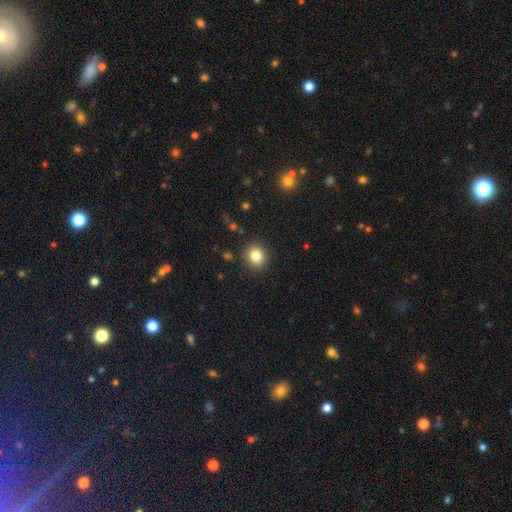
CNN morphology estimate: The model was most divided on "how rounded": round: 79%, in between: 20%, cigar-shaped: 1%. More confident: merging — none (89%); smooth or featured — smooth (82%).